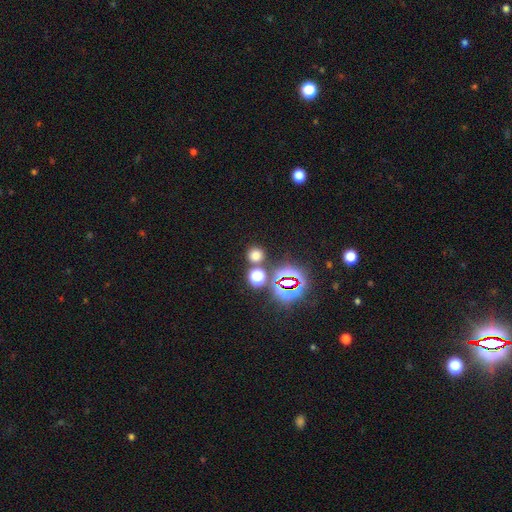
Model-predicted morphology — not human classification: type=smooth (65%); roundness=round (90%); merging=none (80%).